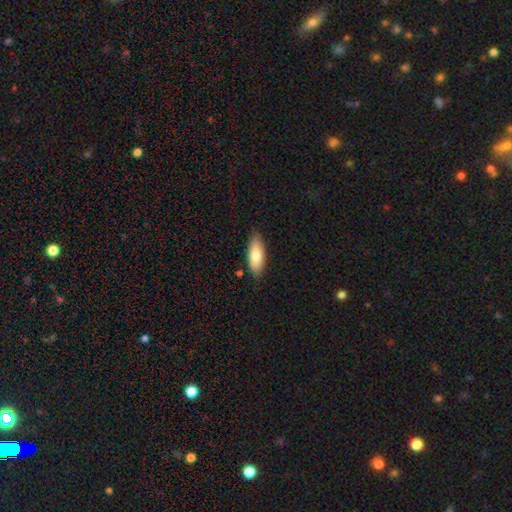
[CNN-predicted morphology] Q: Smooth or featured?
A: smooth (82%); runner-up: featured or disk (12%)
Q: How rounded?
A: in between (71%); runner-up: cigar-shaped (28%)
Q: Merging?
A: none (83%); runner-up: minor disturbance (13%)